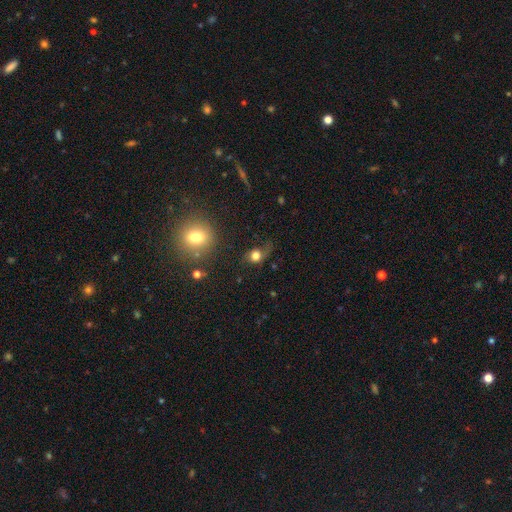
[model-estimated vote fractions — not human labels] A smooth galaxy with no disk features (73%) that is round (68%). Merging: none (45%).